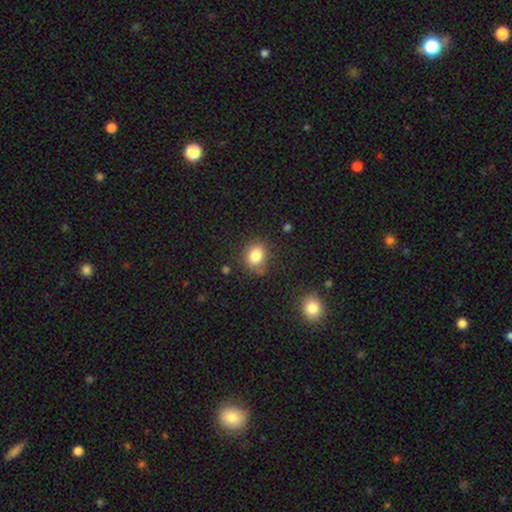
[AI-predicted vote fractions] This appears to be a smooth galaxy with no disk features (83%) that is round (59%). Merging: none (79%).